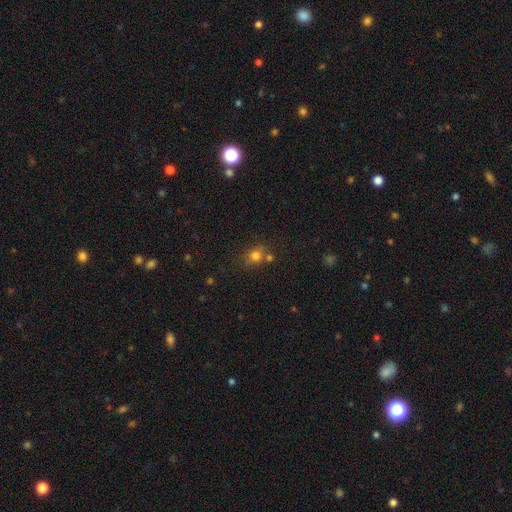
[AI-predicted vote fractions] Overall: smooth (76%). How rounded: round (73%). Merging: none (60%).